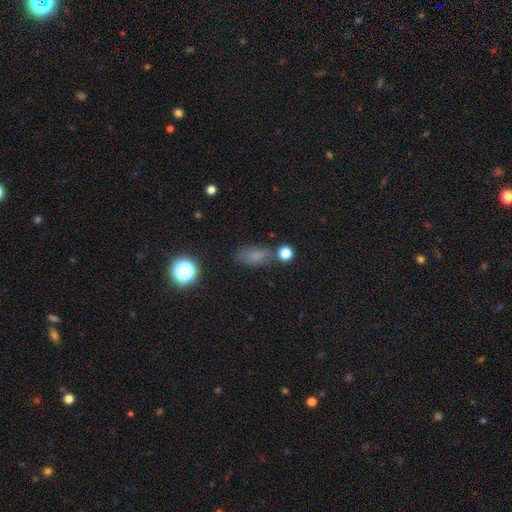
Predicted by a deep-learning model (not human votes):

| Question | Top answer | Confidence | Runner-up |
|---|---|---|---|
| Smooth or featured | smooth | 70% | star or artifact (19%) |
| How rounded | in between | 80% | round (12%) |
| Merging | none | 67% | minor disturbance (20%) |